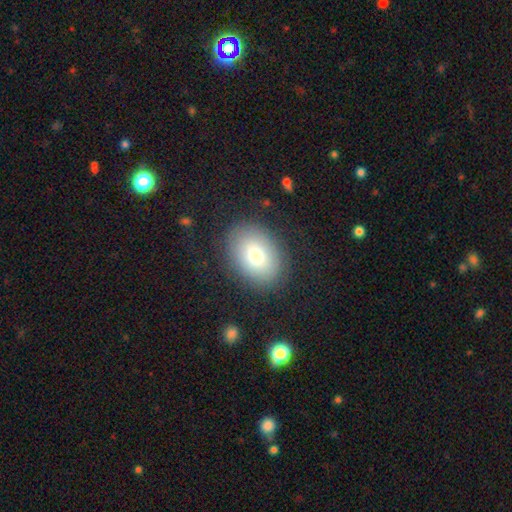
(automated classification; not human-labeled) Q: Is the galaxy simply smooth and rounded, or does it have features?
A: smooth — 75%.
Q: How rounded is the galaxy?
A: in between — 73%.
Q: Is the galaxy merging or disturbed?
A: none — 84%.